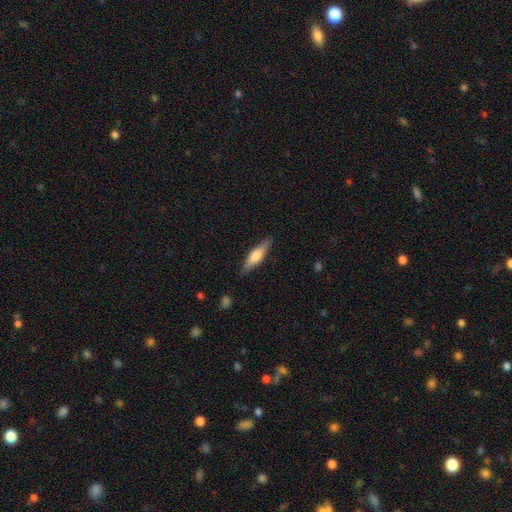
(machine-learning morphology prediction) smooth 52%, featured or disk 43%, star or artifact 6%. Down the decision tree: how rounded — cigar-shaped (70%); merging — none (86%).